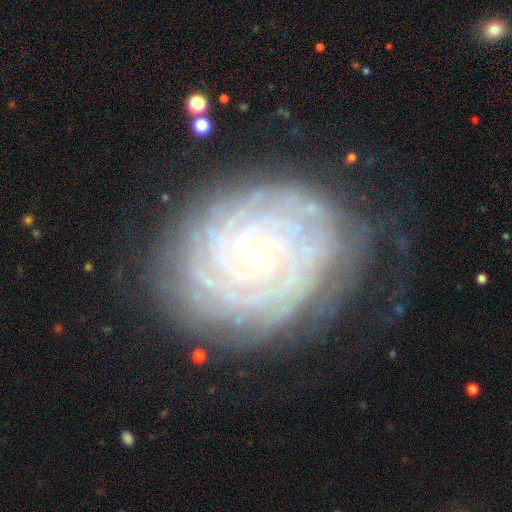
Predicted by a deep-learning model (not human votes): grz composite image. It shows a featured or disk galaxy (89%) with no bar (68%), more than 4 (24%) tight (90%) spiral arms (98%) and a small central bulge (84%). Merging: none (77%).